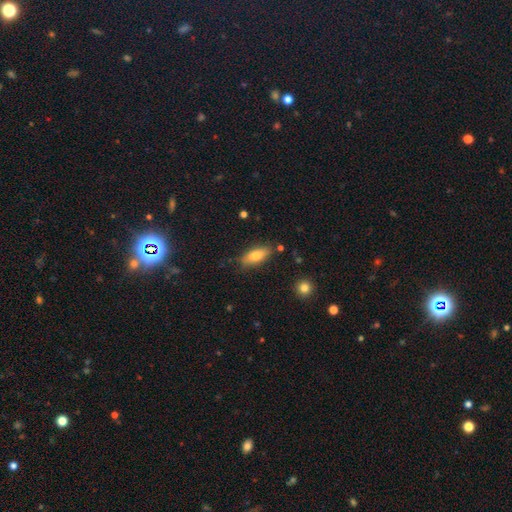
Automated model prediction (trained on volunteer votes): This is likely a smooth galaxy (76%). How rounded: likely in between (74%). Merging: likely none (80%).